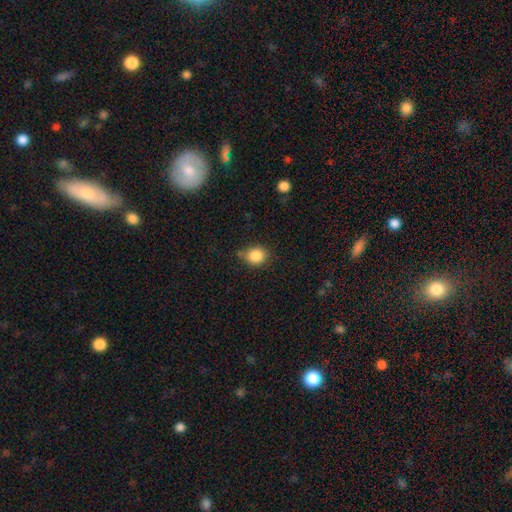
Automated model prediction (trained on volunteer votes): Smooth or featured? Predicted: smooth (p=0.86). How rounded? Predicted: round (p=0.71). Merging? Predicted: none (p=0.69).